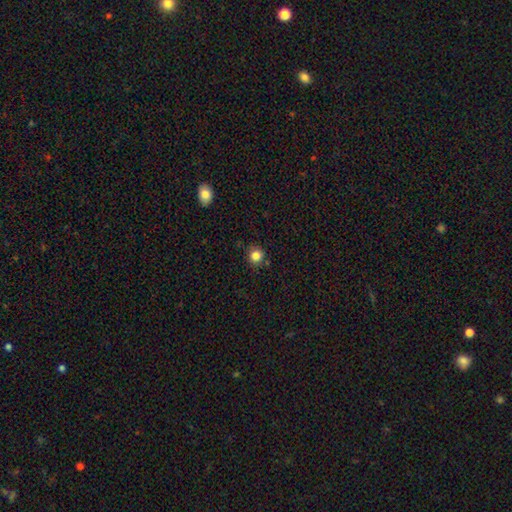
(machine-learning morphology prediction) Smooth or featured? smooth (82%)
How rounded? round (90%)
Merging? none (84%)